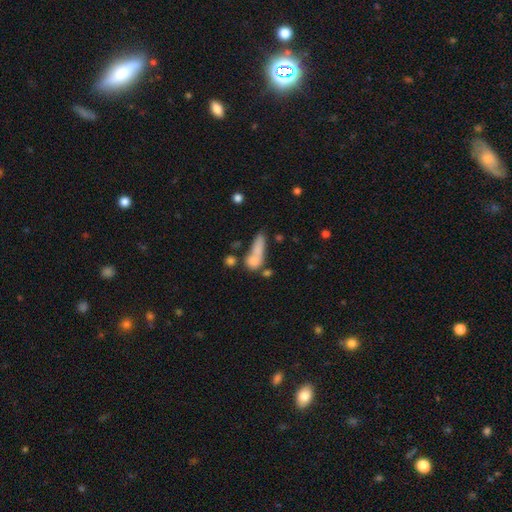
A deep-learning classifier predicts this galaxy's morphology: type=smooth (70%); roundness=cigar-shaped (48%); merging=none (39%).